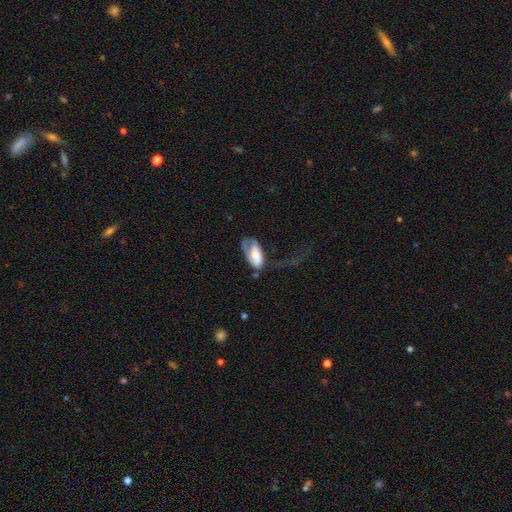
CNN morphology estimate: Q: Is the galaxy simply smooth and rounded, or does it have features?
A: smooth — 63%.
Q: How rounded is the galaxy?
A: in between — 92%.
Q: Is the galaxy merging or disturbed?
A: major disturbance — 53%.